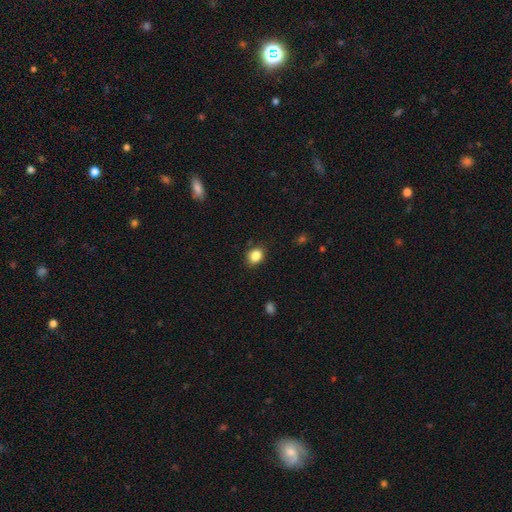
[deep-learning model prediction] The model was most divided on "how rounded": round: 53%, in between: 46%, cigar-shaped: 1%. More confident: smooth or featured — smooth (85%); merging — none (85%).